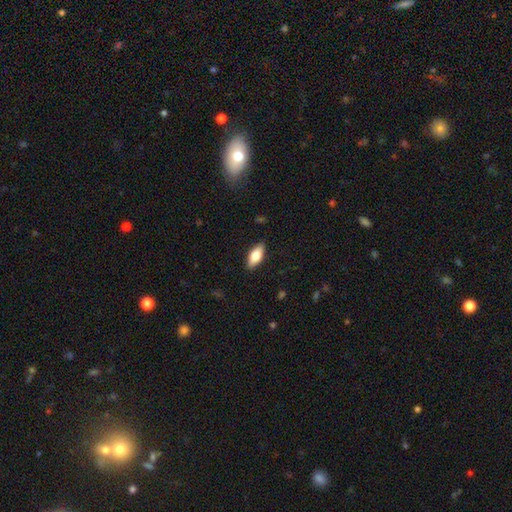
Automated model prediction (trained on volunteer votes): smooth 74%, featured or disk 20%, star or artifact 6%. Down the decision tree: how rounded — in between (83%); merging — none (88%).